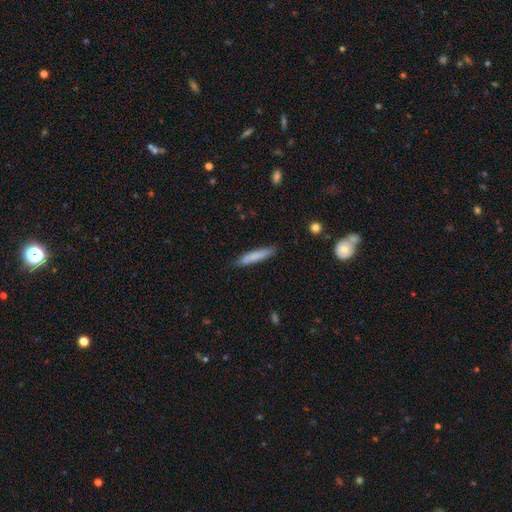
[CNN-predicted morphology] Q: Smooth or featured?
A: smooth (79%); runner-up: featured or disk (16%)
Q: How rounded?
A: cigar-shaped (90%); runner-up: in between (9%)
Q: Merging?
A: none (84%); runner-up: minor disturbance (13%)